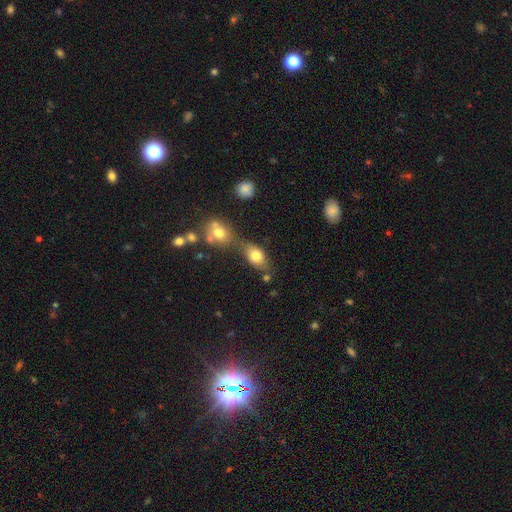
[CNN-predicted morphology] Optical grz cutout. It shows a smooth galaxy with no disk features (76%) that is in between round and cigar-shaped (75%). Merging: none (46%).